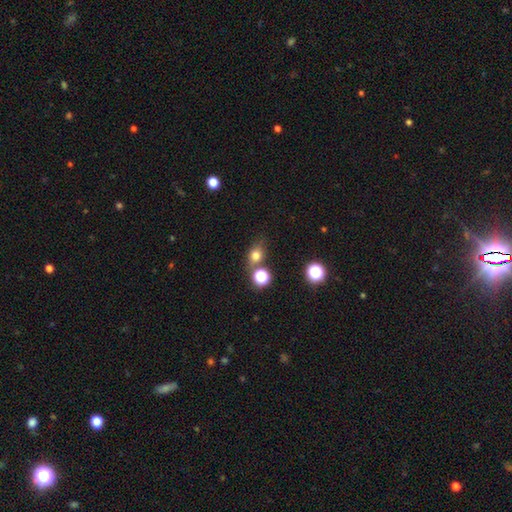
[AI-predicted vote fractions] This is likely a smooth galaxy (72%). How rounded: possibly round (57%). Merging: likely none (64%).